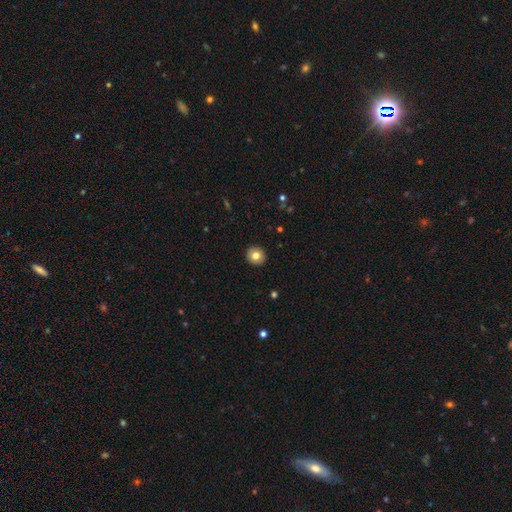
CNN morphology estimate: The model was most divided on "smooth or featured": smooth: 78%, featured or disk: 12%, star or artifact: 9%. More confident: merging — none (93%); how rounded — round (92%).